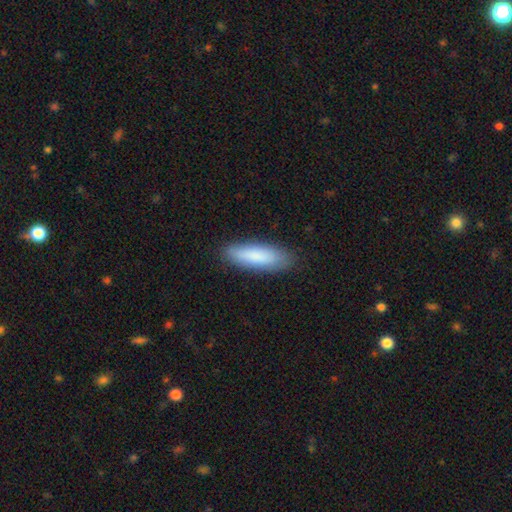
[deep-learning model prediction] Morphology: type=smooth (85%); roundness=cigar-shaped (56%); merging=none (87%).